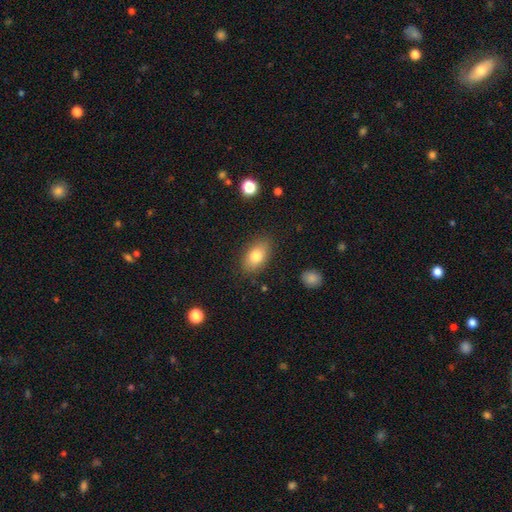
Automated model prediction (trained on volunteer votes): smooth 78%, featured or disk 14%, star or artifact 8%. Down the decision tree: how rounded — in between (89%); merging — none (84%).